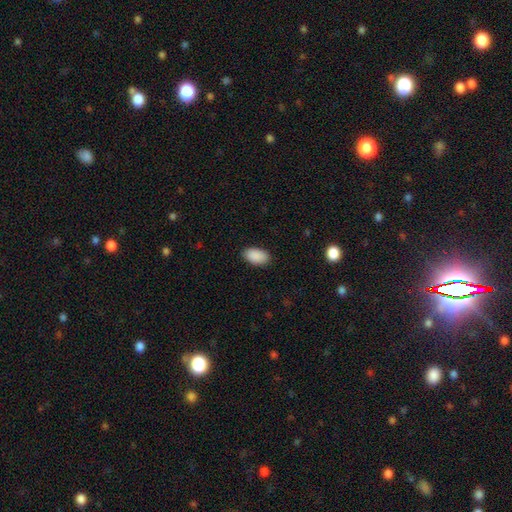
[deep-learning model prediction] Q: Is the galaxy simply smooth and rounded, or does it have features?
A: smooth — 91%.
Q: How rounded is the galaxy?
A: in between — 95%.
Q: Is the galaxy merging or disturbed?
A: none — 88%.